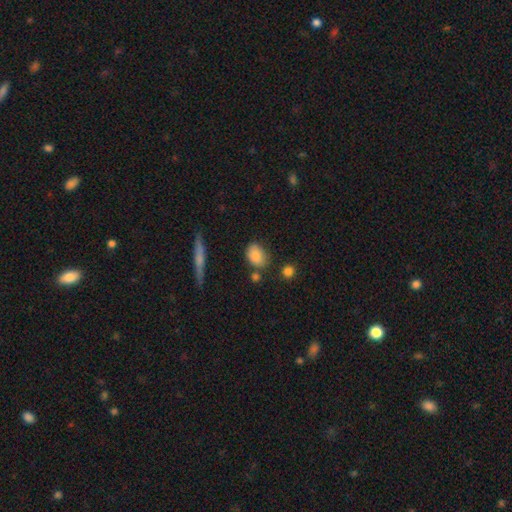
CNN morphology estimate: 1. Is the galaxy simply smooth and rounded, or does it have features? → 83% smooth, 9% star or artifact, 8% featured or disk.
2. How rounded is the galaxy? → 74% in between, 24% round, 3% cigar-shaped.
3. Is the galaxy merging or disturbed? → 68% none, 19% minor disturbance, 8% merger, 5% major disturbance.